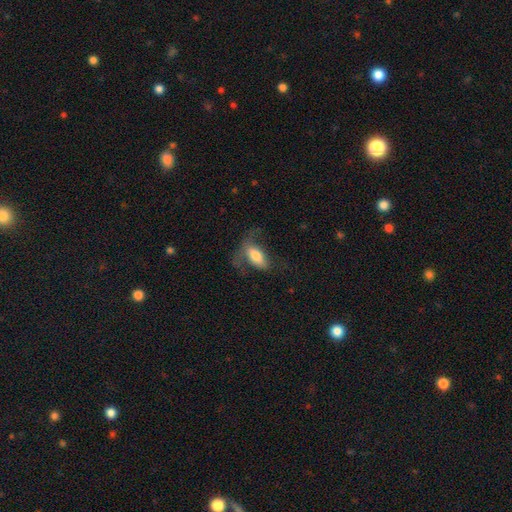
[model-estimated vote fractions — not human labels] smooth 62%, featured or disk 31%, star or artifact 8%. Down the decision tree: how rounded — in between (84%); merging — major disturbance (38%).